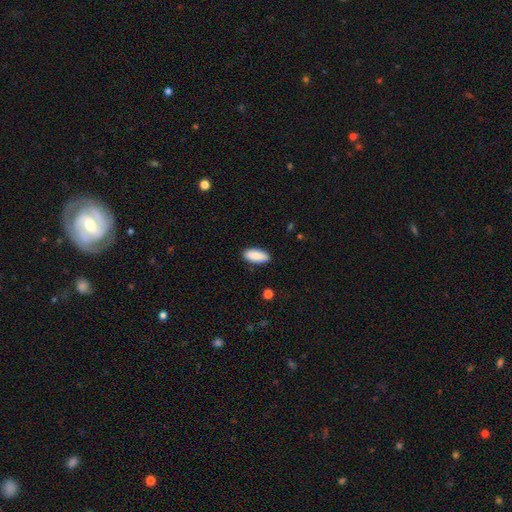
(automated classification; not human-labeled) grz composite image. It shows a smooth galaxy with no disk features (89%) that is in between round and cigar-shaped (87%). Merging: none (88%).